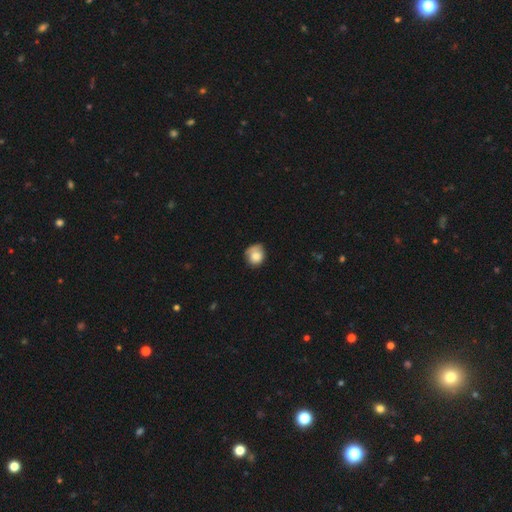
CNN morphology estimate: A smooth galaxy with no disk features (79%) that is round (76%).

Vote fractions:
- Smooth or featured? smooth: 79% / featured or disk: 13% / star or artifact: 8%
- How rounded? round: 76% / in between: 23% / cigar-shaped: 1%
- Merging? none: 56% / minor disturbance: 33% / major disturbance: 9% / merger: 2%